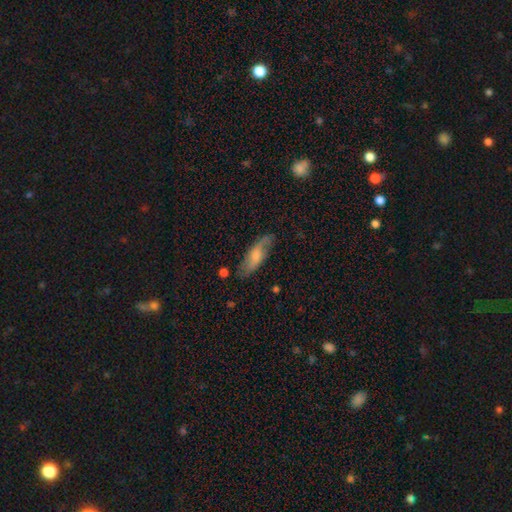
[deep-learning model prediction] The model was most divided on "smooth or featured": smooth: 54%, featured or disk: 39%, star or artifact: 6%. More confident: merging — none (75%); how rounded — in between (56%).